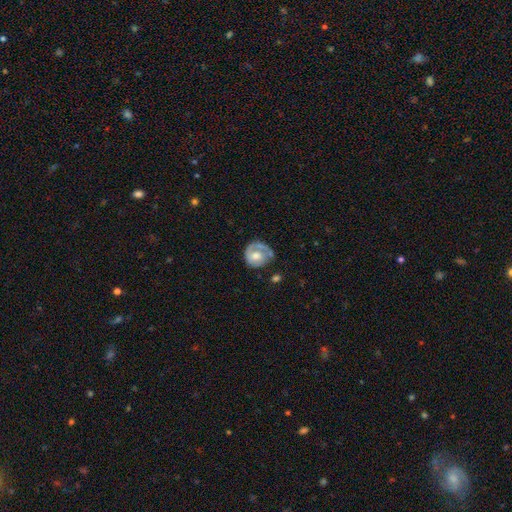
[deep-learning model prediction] Overall: featured or disk (60%; smooth 34%). Edge-on disk: no (97%). Bar: no (70%). Spiral arms: yes (72%). Bulge size: moderate (60%). Merging: none (55%; minor disturbance 23%).